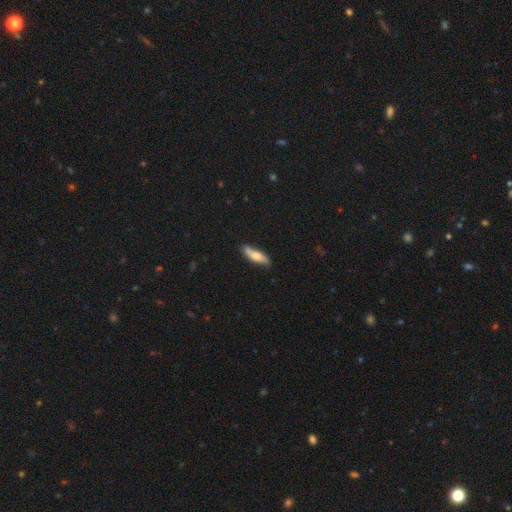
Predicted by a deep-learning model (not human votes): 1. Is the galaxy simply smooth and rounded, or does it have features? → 52% smooth, 42% featured or disk, 6% star or artifact.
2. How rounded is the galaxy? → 56% cigar-shaped, 42% in between, 2% round.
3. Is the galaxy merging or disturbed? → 76% none, 19% minor disturbance, 3% major disturbance, 2% merger.